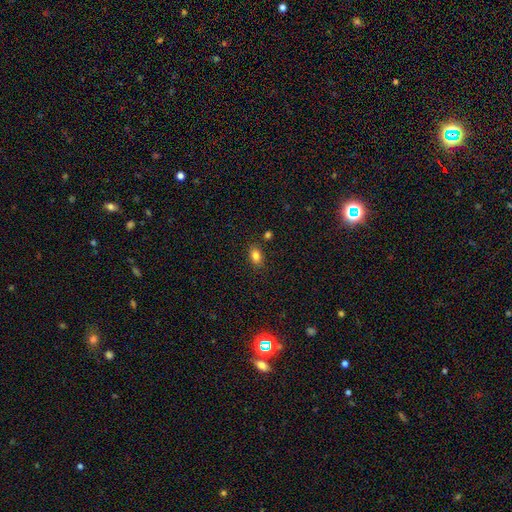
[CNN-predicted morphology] type=smooth (82%); roundness=in between (79%); merging=none (81%).